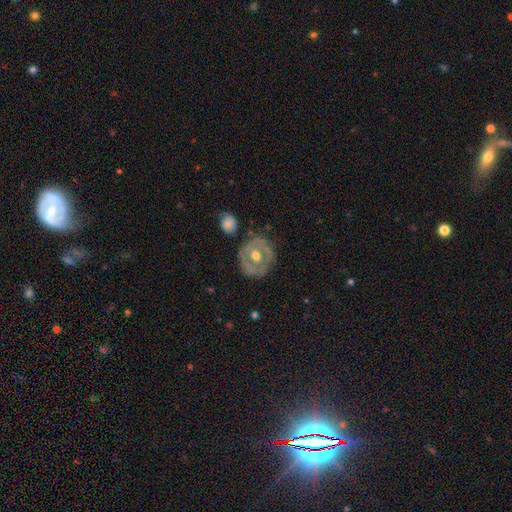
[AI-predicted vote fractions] smooth_or_featured: featured or disk (p=0.63) [alt: smooth p=0.31]
disk_edge_on: no (p=0.95) [alt: yes p=0.05]
bar: no (p=0.73) [alt: weak p=0.20]
has_spiral_arms: no (p=0.69) [alt: yes p=0.31]
bulge_size: moderate (p=0.80) [alt: small p=0.10]
merging: none (p=0.77) [alt: minor disturbance p=0.15]